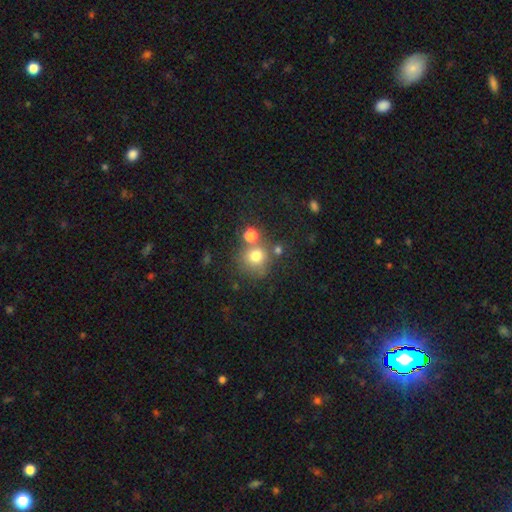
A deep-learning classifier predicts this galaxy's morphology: This is likely a smooth galaxy (73%). How rounded: clearly round (87%). Merging: possibly none (59%).